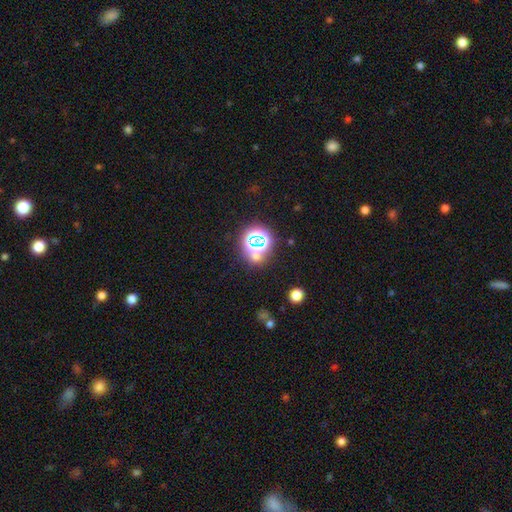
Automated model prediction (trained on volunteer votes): smooth_or_featured: star or artifact (p=0.60) [alt: smooth p=0.29]